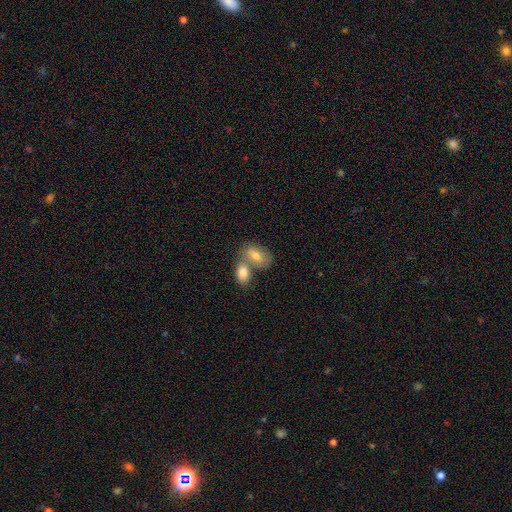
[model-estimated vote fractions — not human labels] smooth-or-featured: smooth: 76% | featured or disk: 18% | star or artifact: 6%
  how-rounded: in between: 89% | round: 9% | cigar-shaped: 2%
  merging: merger: 59% | none: 30% | minor disturbance: 9% | major disturbance: 3%